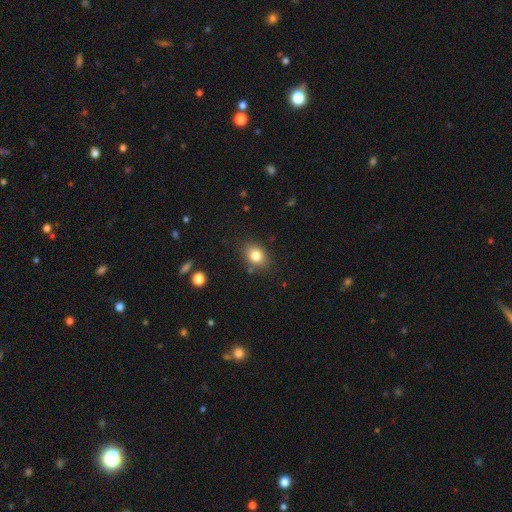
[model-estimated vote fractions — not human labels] Smooth or featured: smooth — 81% (star or artifact — 11%)
How rounded: in between — 57% (round — 42%)
Merging: none — 82% (minor disturbance — 12%)